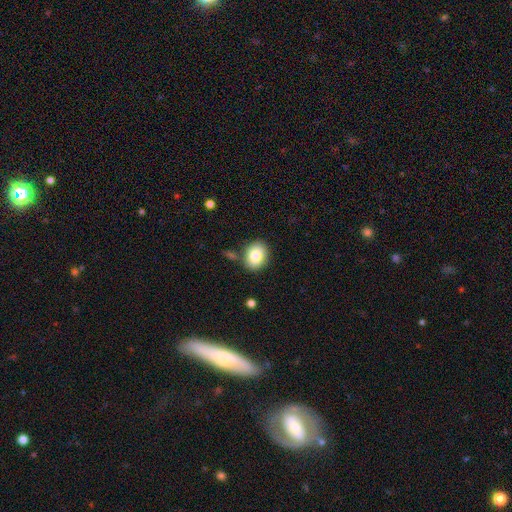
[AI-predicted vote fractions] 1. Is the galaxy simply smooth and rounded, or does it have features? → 82% smooth, 10% featured or disk, 9% star or artifact.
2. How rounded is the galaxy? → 54% in between, 45% round, 1% cigar-shaped.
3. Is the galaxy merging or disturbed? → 80% none, 11% minor disturbance, 6% merger, 3% major disturbance.